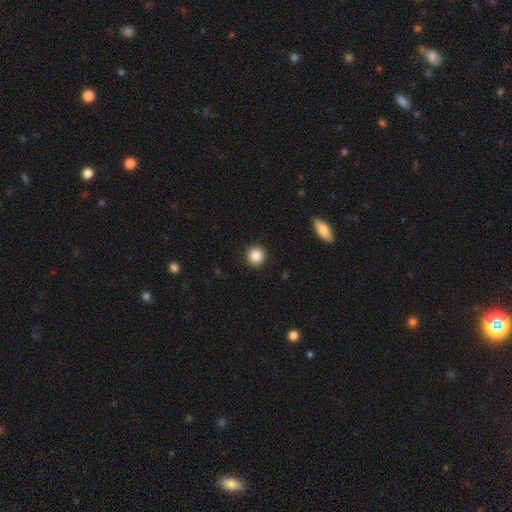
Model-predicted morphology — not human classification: This appears to be a smooth galaxy with no disk features (88%) that is round (92%). Merging: none (92%).